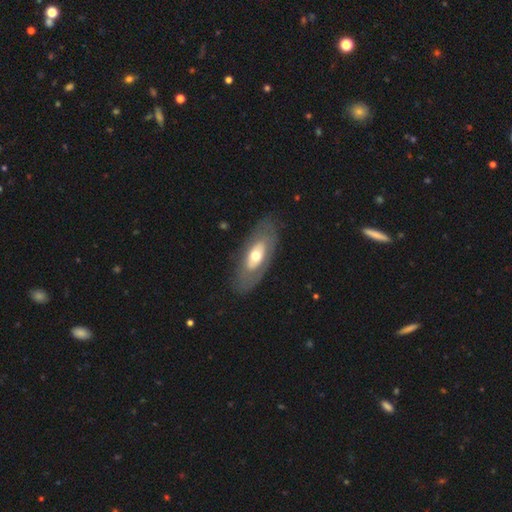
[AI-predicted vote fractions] A featured or disk galaxy (52%).

Vote fractions:
- Smooth or featured? featured or disk: 52% / smooth: 43% / star or artifact: 5%
- Edge-on disk? no: 82% / yes: 18%
- Merging? none: 79% / minor disturbance: 13% / major disturbance: 7% / merger: 1%